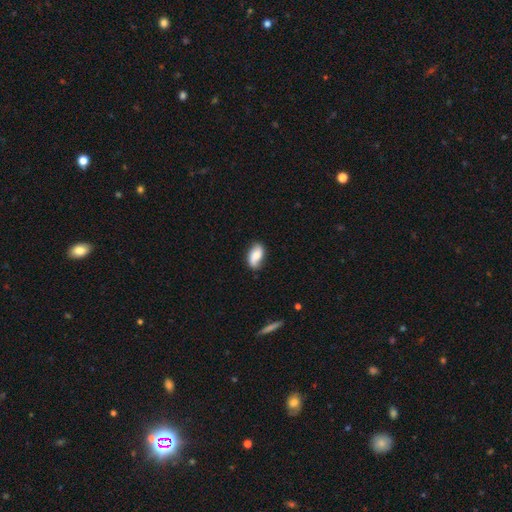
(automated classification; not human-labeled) Morphology: type=smooth (72%); roundness=in between (91%); merging=none (66%).